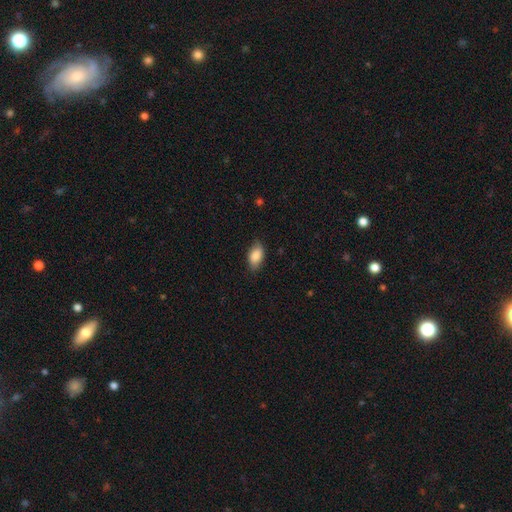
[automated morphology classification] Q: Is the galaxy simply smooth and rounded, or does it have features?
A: smooth — 87%.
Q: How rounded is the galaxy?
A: in between — 92%.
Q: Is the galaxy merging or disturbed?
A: none — 81%.